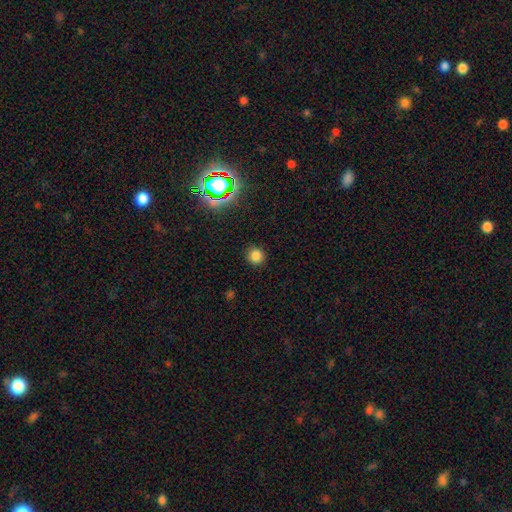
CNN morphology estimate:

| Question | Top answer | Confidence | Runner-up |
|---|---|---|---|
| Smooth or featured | smooth | 78% | star or artifact (17%) |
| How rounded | round | 91% | in between (8%) |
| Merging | none | 89% | minor disturbance (8%) |